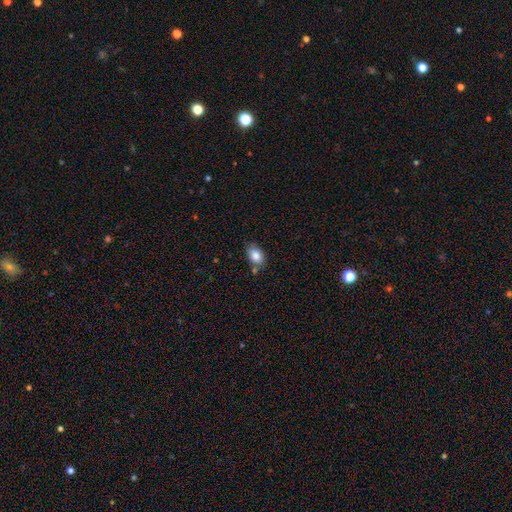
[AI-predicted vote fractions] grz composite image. It shows a smooth galaxy with no disk features (84%) that is in between round and cigar-shaped (85%). Merging: none (70%).